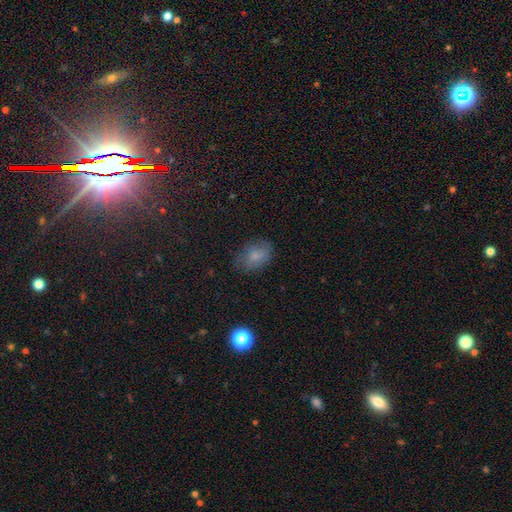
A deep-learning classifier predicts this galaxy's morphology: A smooth galaxy with no disk features (76%) that is in between round and cigar-shaped (80%). Merging: none (73%).